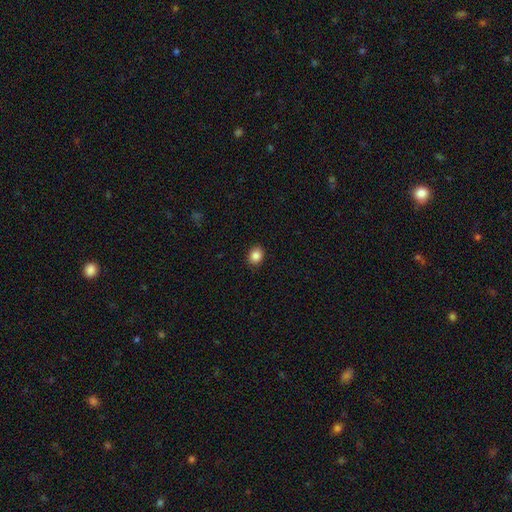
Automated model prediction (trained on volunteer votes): Morphology: type=smooth (86%); roundness=round (59%); merging=none (90%).